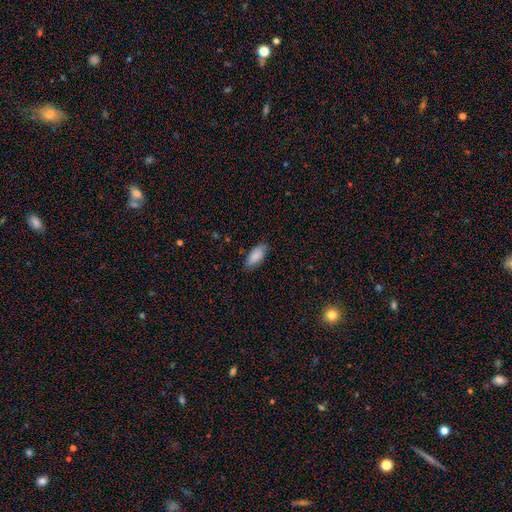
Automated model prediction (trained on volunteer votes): A smooth galaxy with no disk features (86%) that is in between round and cigar-shaped (86%). Merging: none (78%).